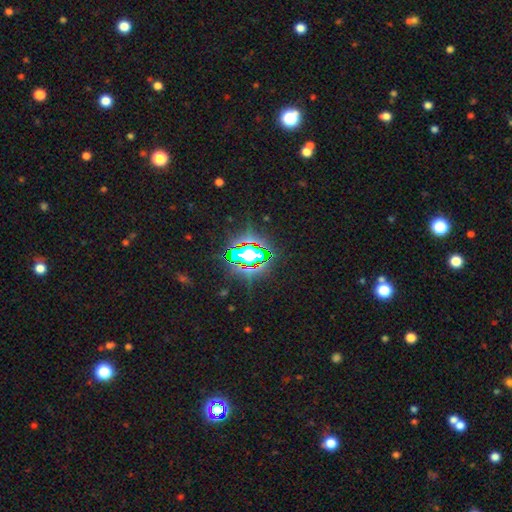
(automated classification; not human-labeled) smooth_or_featured: star or artifact (p=0.78) [alt: smooth p=0.13]